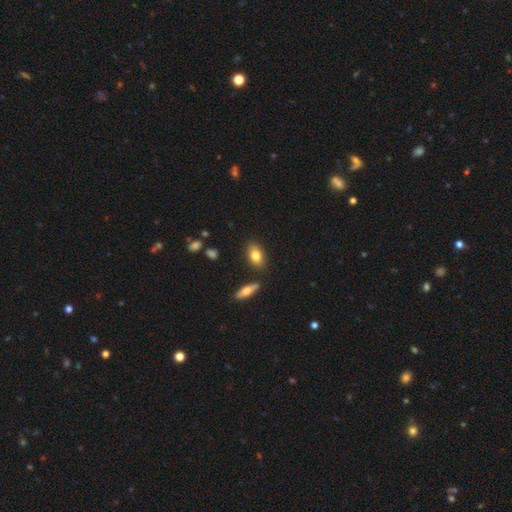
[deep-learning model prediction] This appears to be a smooth galaxy with no disk features (79%) that is in between round and cigar-shaped (88%). Merging: none (82%).